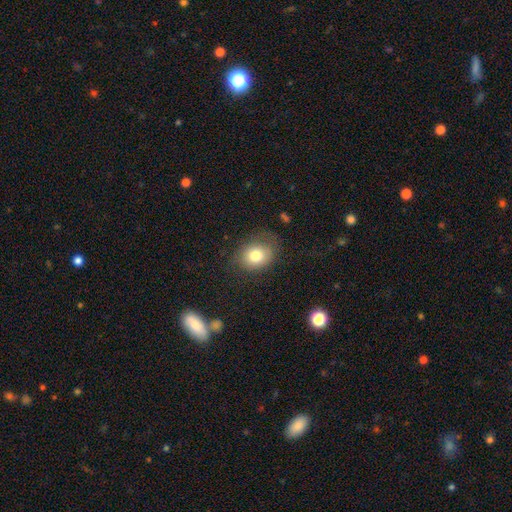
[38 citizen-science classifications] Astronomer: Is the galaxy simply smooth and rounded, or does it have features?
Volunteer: smooth — 68%.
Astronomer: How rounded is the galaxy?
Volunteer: in between — 58% (runner-up: round, 42%).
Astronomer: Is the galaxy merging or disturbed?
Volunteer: none — 57%.